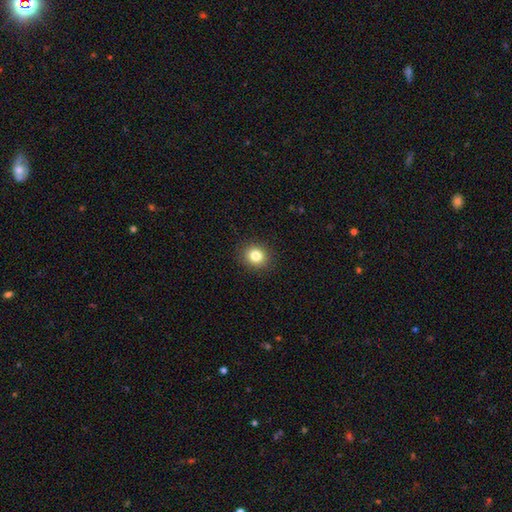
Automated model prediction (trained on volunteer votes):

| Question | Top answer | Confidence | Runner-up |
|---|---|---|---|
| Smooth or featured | smooth | 83% | star or artifact (11%) |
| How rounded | round | 79% | in between (20%) |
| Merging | none | 91% | minor disturbance (6%) |